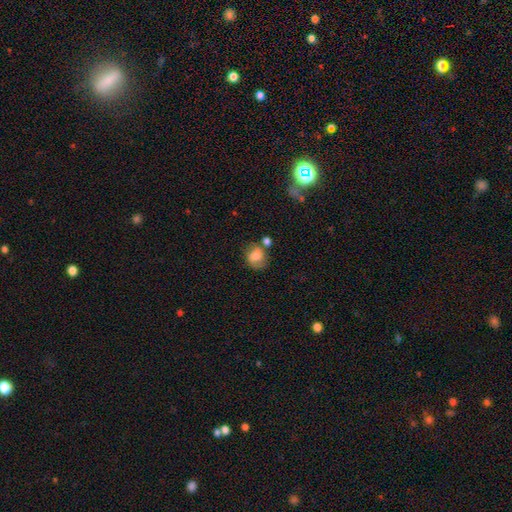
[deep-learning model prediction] A smooth galaxy with no disk features (64%) that is round (65%).

Vote fractions:
- Smooth or featured? smooth: 64% / featured or disk: 27% / star or artifact: 10%
- How rounded? round: 65% / in between: 34% / cigar-shaped: 1%
- Merging? none: 51% / minor disturbance: 22% / merger: 17% / major disturbance: 9%